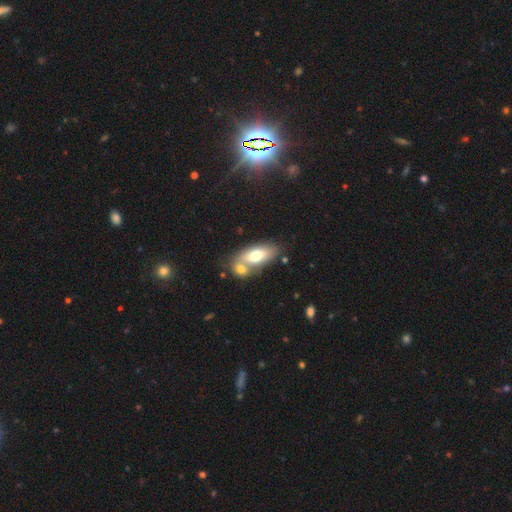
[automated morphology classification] Overall: smooth (69%). How rounded: in between (84%). Merging: merger (49%; none 37%).